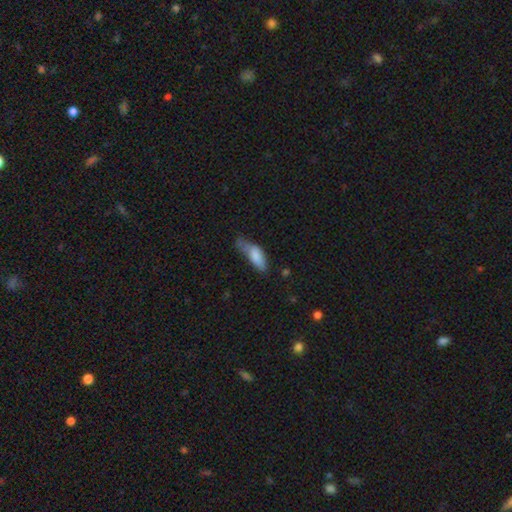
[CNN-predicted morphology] A smooth galaxy with no disk features (78%) that is in between round and cigar-shaped (68%).

Vote fractions:
- Smooth or featured? smooth: 78% / featured or disk: 14% / star or artifact: 7%
- How rounded? in between: 68% / cigar-shaped: 30% / round: 2%
- Merging? minor disturbance: 40% / none: 27% / major disturbance: 27% / merger: 7%